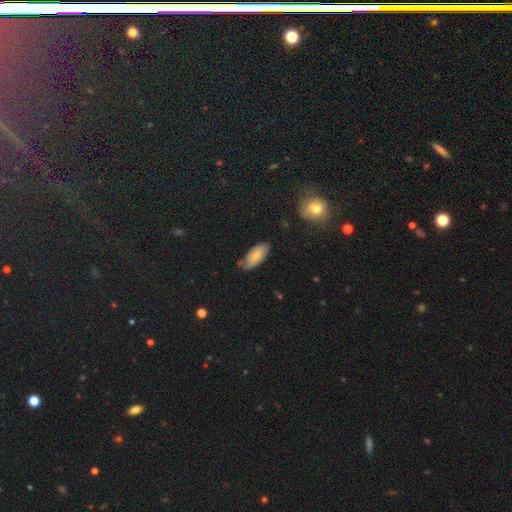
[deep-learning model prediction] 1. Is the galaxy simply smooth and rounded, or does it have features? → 72% smooth, 21% featured or disk, 8% star or artifact.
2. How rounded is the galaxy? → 87% in between, 11% cigar-shaped, 2% round.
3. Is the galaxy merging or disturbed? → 65% none, 28% minor disturbance, 5% major disturbance, 2% merger.